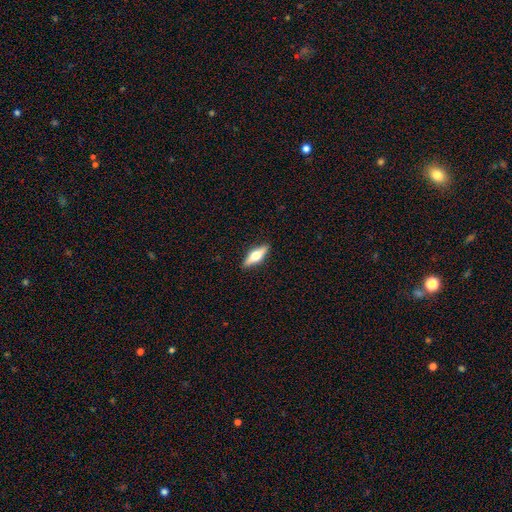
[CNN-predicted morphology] featured or disk 49%, smooth 45%, star or artifact 6%. Down the decision tree: merging — none (90%).